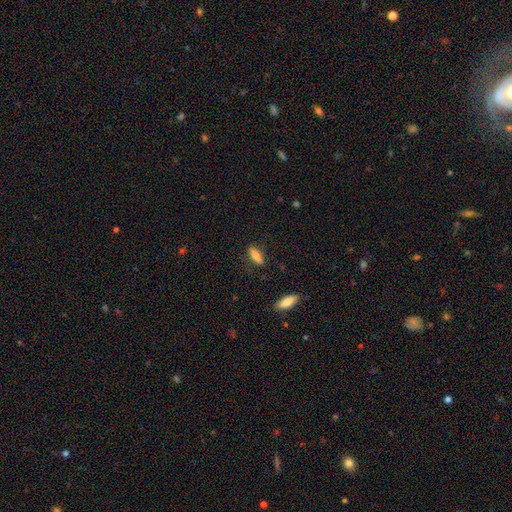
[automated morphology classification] Overall: smooth (72%). How rounded: in between (51%; cigar-shaped 46%). Merging: none (79%).